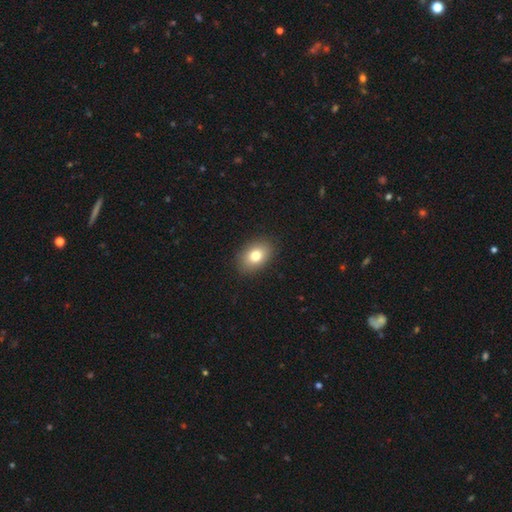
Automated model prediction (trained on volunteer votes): Q: Smooth or featured?
A: smooth (79%); runner-up: featured or disk (12%)
Q: How rounded?
A: in between (82%); runner-up: round (17%)
Q: Merging?
A: none (89%); runner-up: minor disturbance (8%)